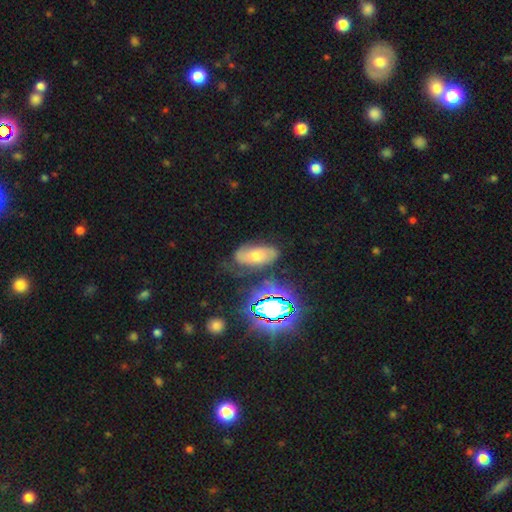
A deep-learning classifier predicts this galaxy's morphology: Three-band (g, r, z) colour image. It shows a featured or disk galaxy (42%). Merging: none (59%).